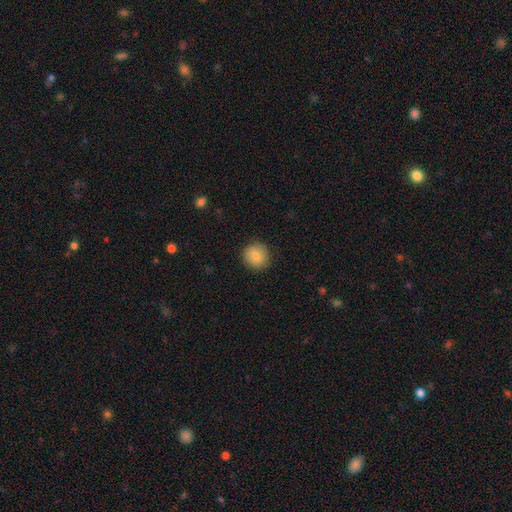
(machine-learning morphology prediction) This is clearly a smooth galaxy (84%). How rounded: clearly round (89%). Merging: clearly none (88%).